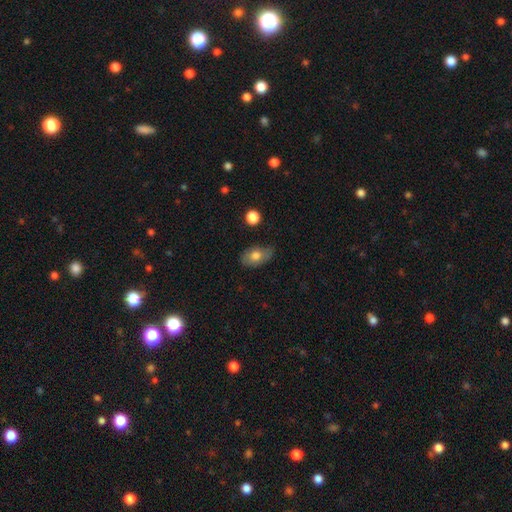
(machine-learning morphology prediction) type=smooth (74%); roundness=in between (88%); merging=none (65%).